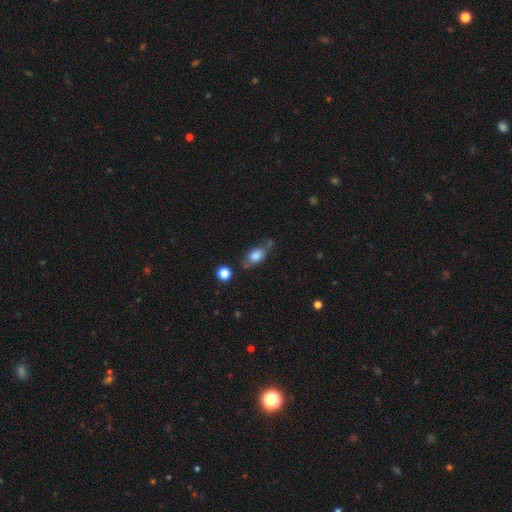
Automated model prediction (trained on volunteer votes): A smooth galaxy with no disk features (79%) that is in between round and cigar-shaped (83%). Merging: none (58%).